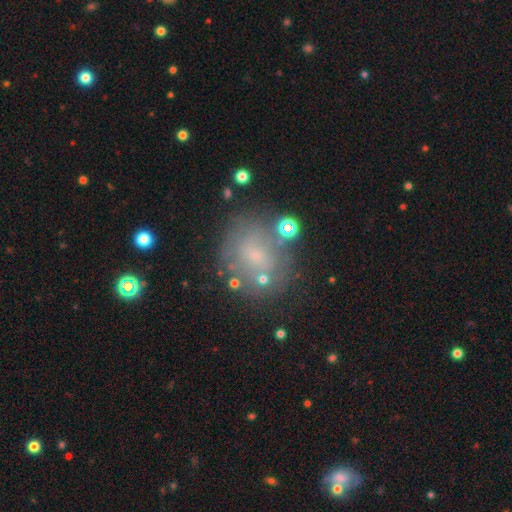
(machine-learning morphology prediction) Smooth or featured: smooth — 47% (featured or disk — 36%)
Merging: none — 68% (minor disturbance — 18%)